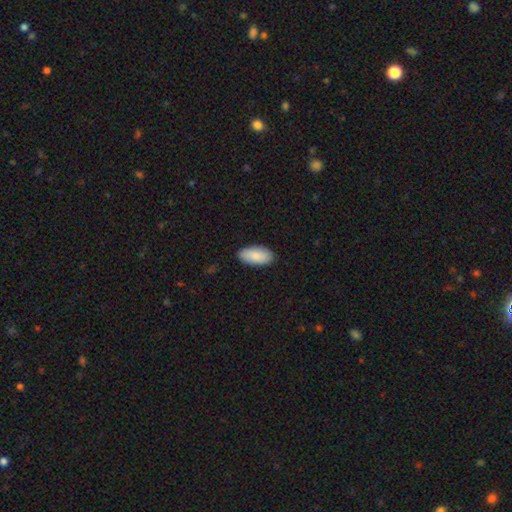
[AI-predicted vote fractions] smooth_or_featured: smooth (p=0.87) [alt: featured or disk p=0.08]
how_rounded: in between (p=0.94) [alt: cigar-shaped p=0.04]
merging: none (p=0.88) [alt: minor disturbance p=0.09]